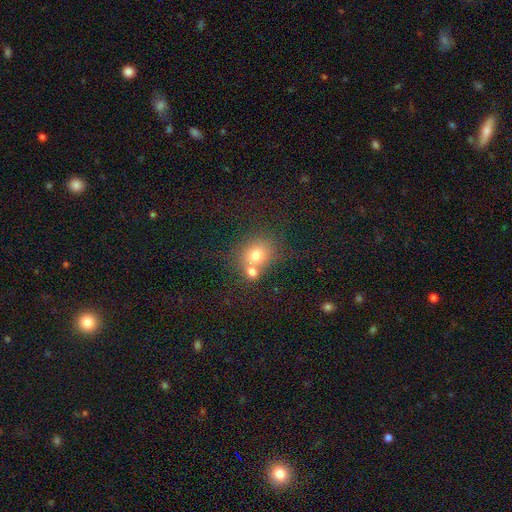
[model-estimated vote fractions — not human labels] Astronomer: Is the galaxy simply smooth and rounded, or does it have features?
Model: smooth — 73%.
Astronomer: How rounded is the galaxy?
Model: round — 70%.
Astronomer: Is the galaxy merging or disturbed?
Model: merger — 48% (runner-up: none, 40%).